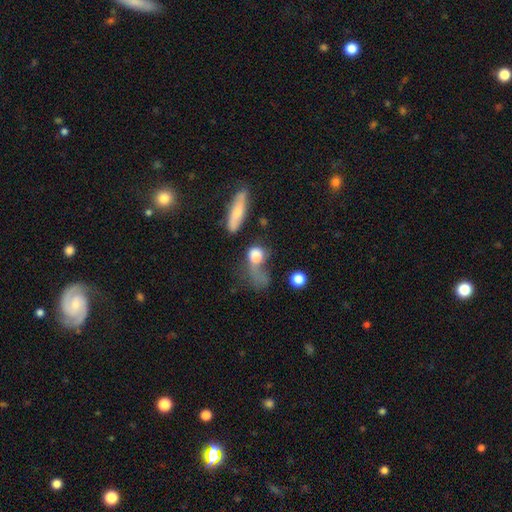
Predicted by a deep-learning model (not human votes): This is likely a smooth galaxy (70%). How rounded: possibly round (47%). Merging: possibly major disturbance (47%).